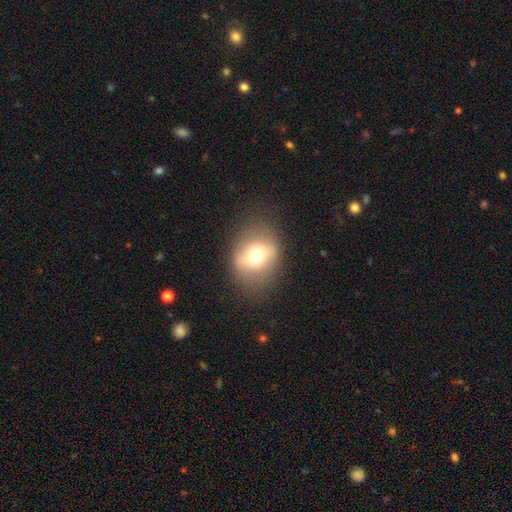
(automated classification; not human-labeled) smooth 62%, featured or disk 28%, star or artifact 10%. Down the decision tree: how rounded — in between (56%); merging — none (78%).